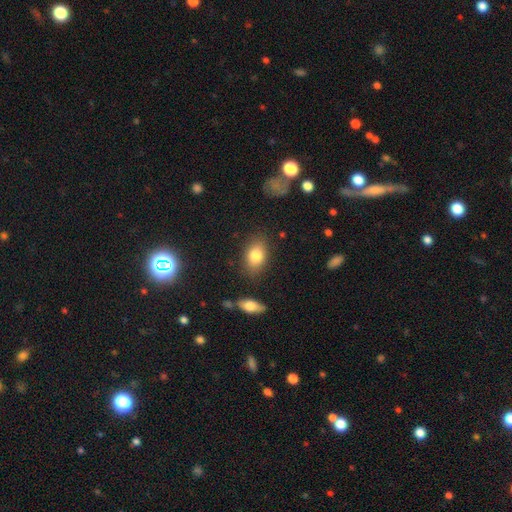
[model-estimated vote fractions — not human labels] Smooth or featured? smooth (80%)
How rounded? in between (81%)
Merging? none (81%)